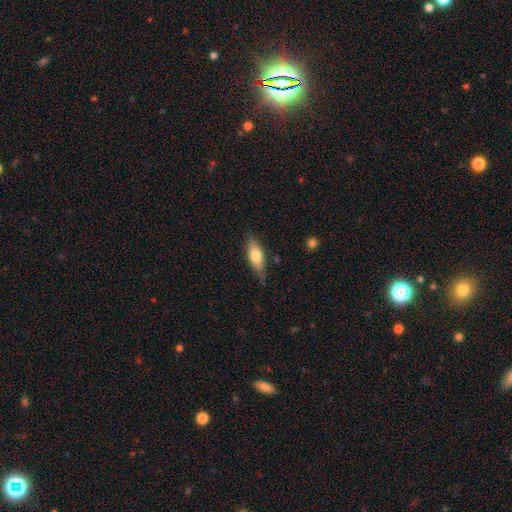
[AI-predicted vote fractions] Morphology: type=smooth (70%); roundness=in between (67%); merging=none (74%).